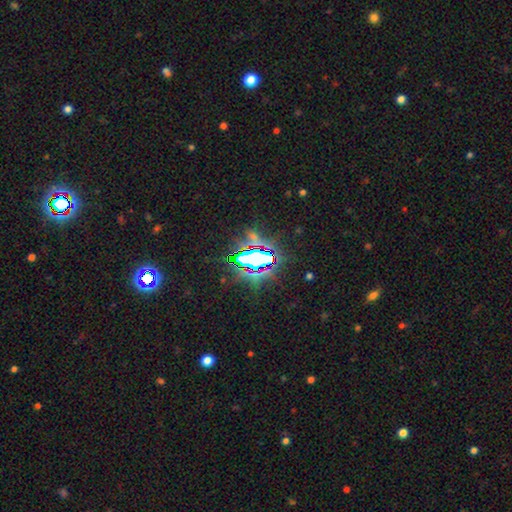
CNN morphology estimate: Smooth or featured? Predicted: star or artifact (p=0.73).